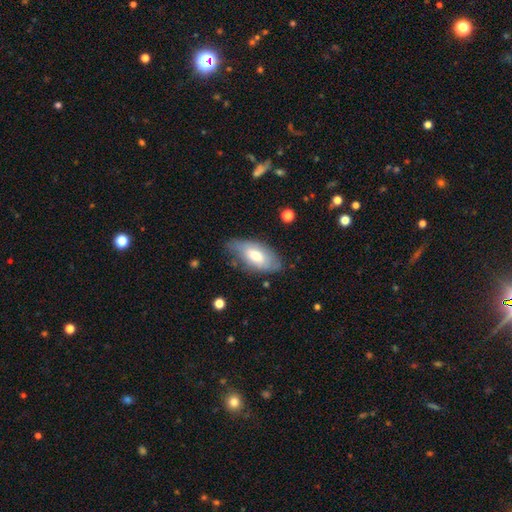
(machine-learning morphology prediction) Smooth or featured? Predicted: smooth (p=0.61). How rounded? Predicted: in between (p=0.89). Merging? Predicted: none (p=0.64).